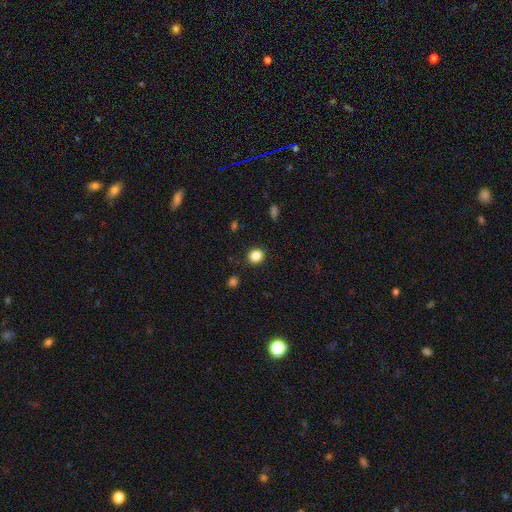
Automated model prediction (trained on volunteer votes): Q: Smooth or featured?
A: smooth (85%); runner-up: star or artifact (11%)
Q: How rounded?
A: round (77%); runner-up: in between (22%)
Q: Merging?
A: none (89%); runner-up: minor disturbance (7%)